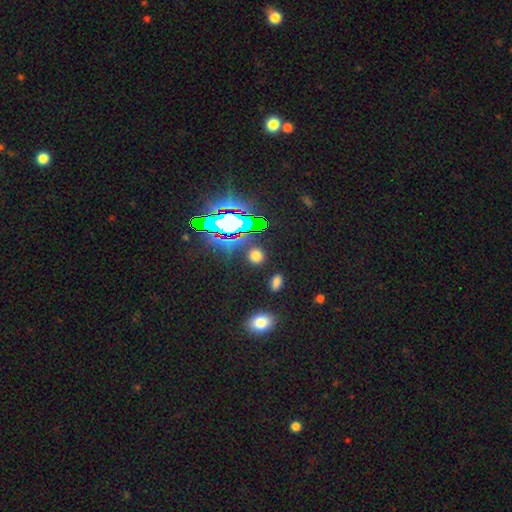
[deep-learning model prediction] Smooth or featured: smooth — 67% (star or artifact — 26%)
How rounded: round — 75% (in between — 23%)
Merging: none — 86% (minor disturbance — 8%)